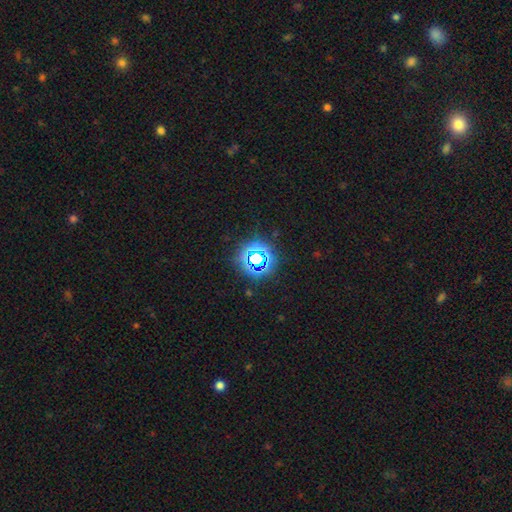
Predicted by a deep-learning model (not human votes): Smooth or featured? Predicted: star or artifact (p=0.71).